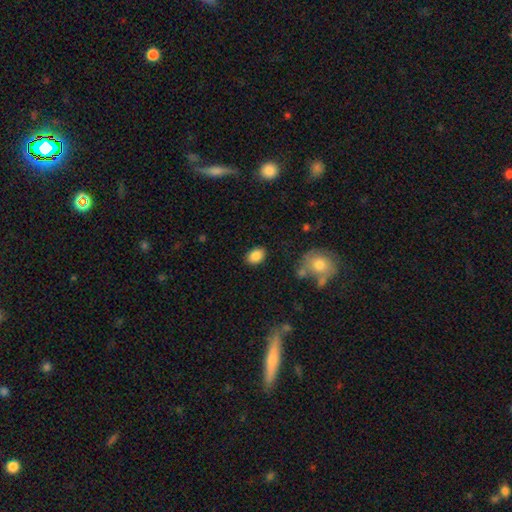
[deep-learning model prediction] A smooth galaxy with no disk features (85%) that is in between round and cigar-shaped (73%).

Vote fractions:
- Smooth or featured? smooth: 85% / star or artifact: 8% / featured or disk: 6%
- How rounded? in between: 73% / round: 26% / cigar-shaped: 1%
- Merging? none: 85% / minor disturbance: 10% / major disturbance: 3% / merger: 2%